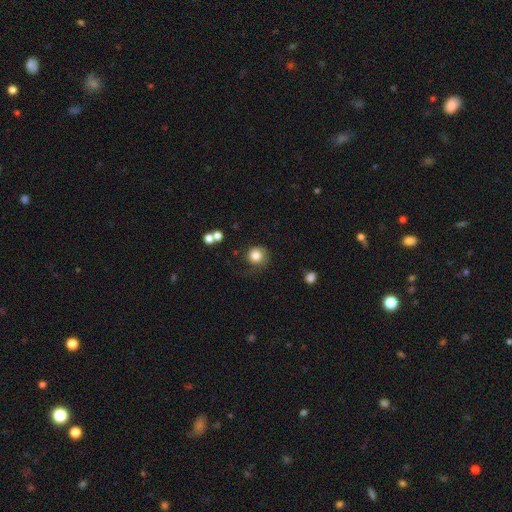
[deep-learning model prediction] smooth-or-featured: smooth: 81% | star or artifact: 10% | featured or disk: 9%
  how-rounded: round: 90% | in between: 9% | cigar-shaped: 1%
  merging: none: 65% | minor disturbance: 20% | major disturbance: 12% | merger: 3%